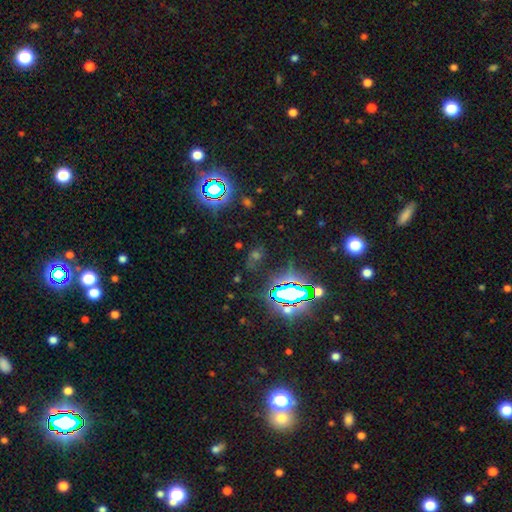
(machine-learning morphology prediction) star or artifact 69%, smooth 22%, featured or disk 10%.